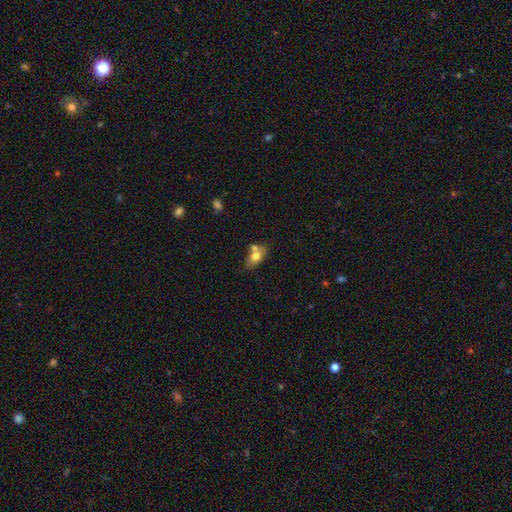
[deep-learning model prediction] Smooth or featured? Predicted: smooth (p=0.71). How rounded? Predicted: in between (p=0.79). Merging? Predicted: none (p=0.44).